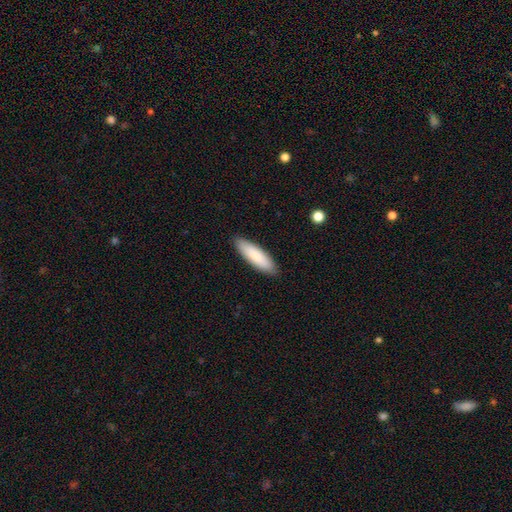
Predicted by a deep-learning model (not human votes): Overall: smooth (87%). How rounded: cigar-shaped (59%; in between 40%). Merging: none (89%).